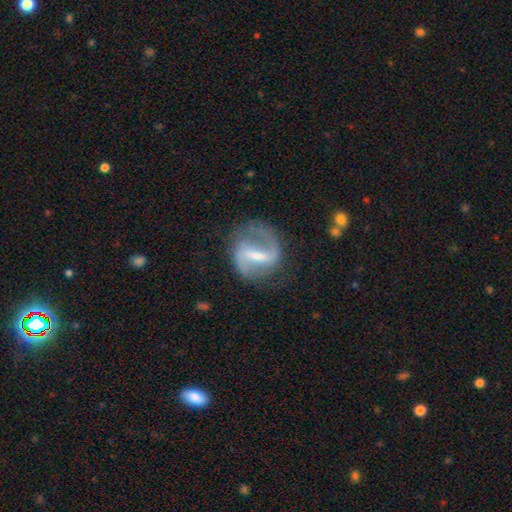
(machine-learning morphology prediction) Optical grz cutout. It shows a featured or disk galaxy (85%) with a strong bar (54%), 2 (86%) medium (47%) spiral arms (93%) and a small central bulge (47%). Merging: none (71%).